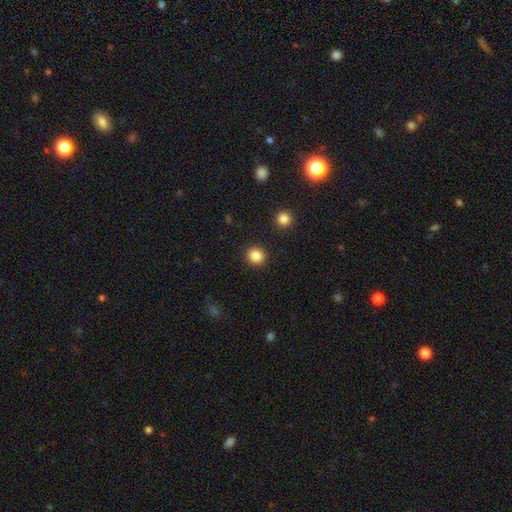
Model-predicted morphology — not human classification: Q: Smooth or featured?
A: smooth (85%); runner-up: star or artifact (11%)
Q: How rounded?
A: round (91%); runner-up: in between (8%)
Q: Merging?
A: none (91%); runner-up: minor disturbance (5%)